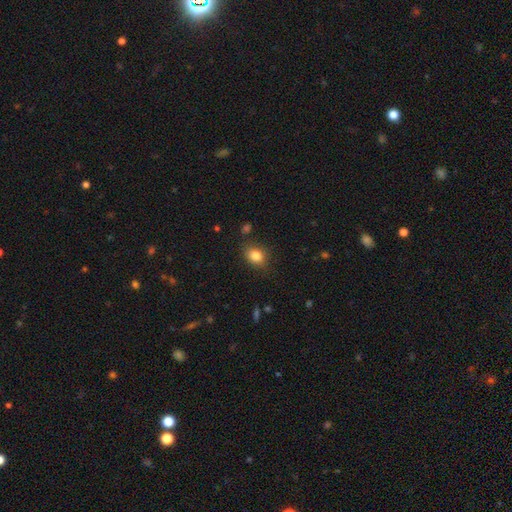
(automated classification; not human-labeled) Smooth or featured: smooth — 83% (star or artifact — 10%)
How rounded: in between — 62% (round — 37%)
Merging: none — 81% (minor disturbance — 14%)